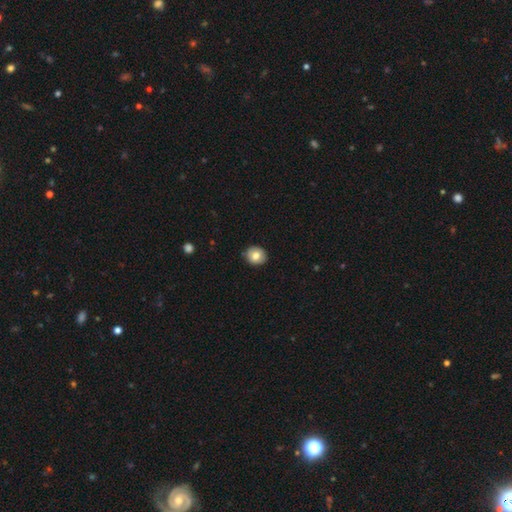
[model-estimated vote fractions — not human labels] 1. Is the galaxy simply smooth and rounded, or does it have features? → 77% smooth, 14% featured or disk, 8% star or artifact.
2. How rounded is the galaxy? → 74% round, 25% in between, 1% cigar-shaped.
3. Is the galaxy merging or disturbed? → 88% none, 10% minor disturbance, 2% major disturbance, 1% merger.